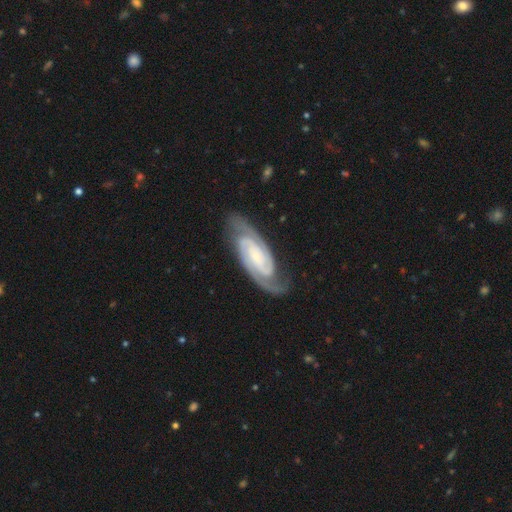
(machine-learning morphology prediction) This is clearly a featured or disk galaxy (91%). It is clearly not viewed edge-on (95%). Bar: marginally no (41%). Spiral arm pattern: clearly yes (98%). Spiral arm count: clearly 2 (89%). Spiral winding: possibly tight (59%). Central bulge: likely small (66%). Merging: clearly none (81%).